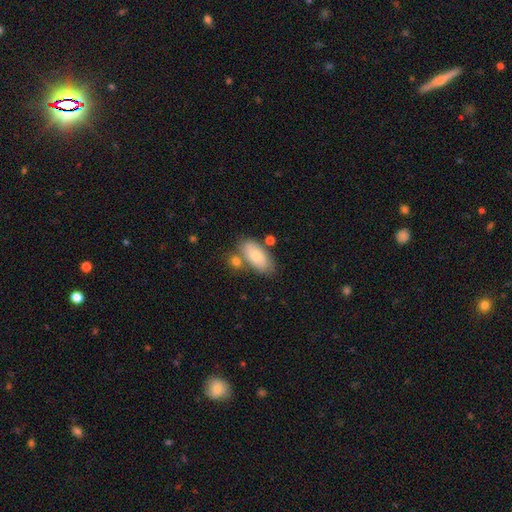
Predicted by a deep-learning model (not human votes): Smooth or featured: smooth — 76% (featured or disk — 18%)
How rounded: in between — 90% (cigar-shaped — 7%)
Merging: none — 65% (minor disturbance — 16%)